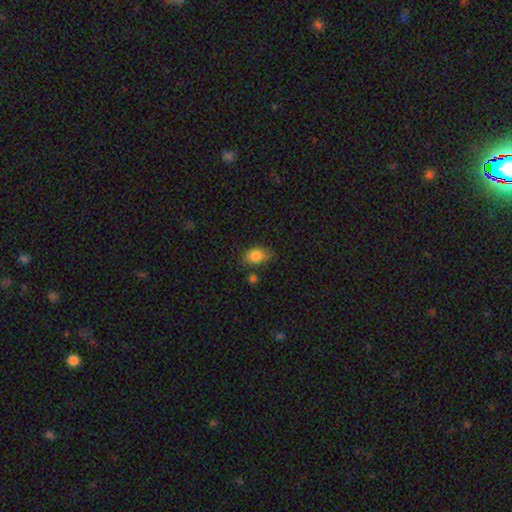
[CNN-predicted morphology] A smooth galaxy with no disk features (84%) that is in between round and cigar-shaped (77%). Merging: none (64%).